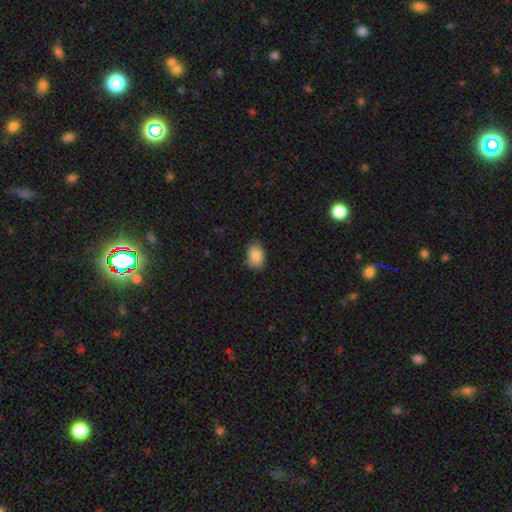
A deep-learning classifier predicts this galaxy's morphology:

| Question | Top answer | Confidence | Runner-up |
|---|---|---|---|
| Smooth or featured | smooth | 87% | star or artifact (7%) |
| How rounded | in between | 83% | round (16%) |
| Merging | none | 79% | minor disturbance (17%) |